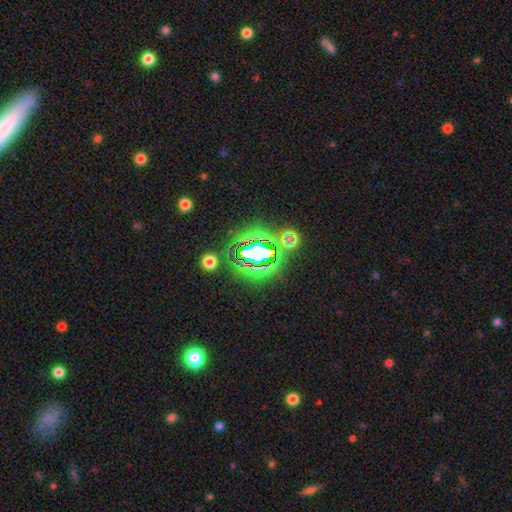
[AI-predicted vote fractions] A star or artifact, not a galaxy (78%).